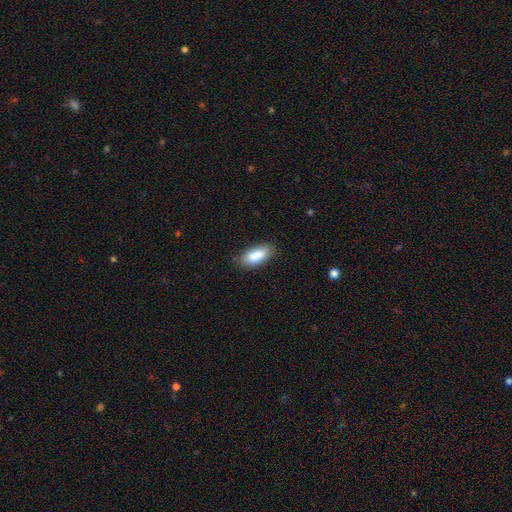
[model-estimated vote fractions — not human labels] Smooth or featured? smooth (86%)
How rounded? in between (83%)
Merging? none (79%)